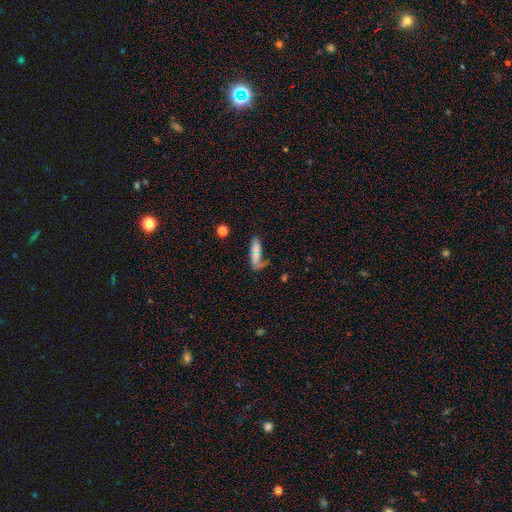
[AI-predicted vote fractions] The model was most divided on "merging": none: 43%, minor disturbance: 23%, major disturbance: 20%, merger: 14%. More confident: smooth or featured — smooth (66%); how rounded — cigar-shaped (64%).